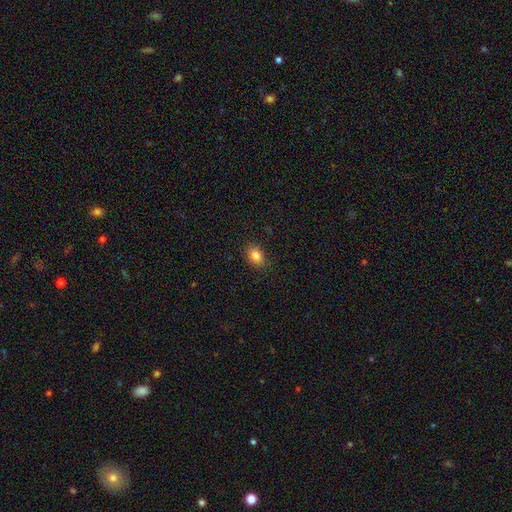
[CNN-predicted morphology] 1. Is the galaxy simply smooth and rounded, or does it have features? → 84% smooth, 10% star or artifact, 6% featured or disk.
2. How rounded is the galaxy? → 75% in between, 23% round, 1% cigar-shaped.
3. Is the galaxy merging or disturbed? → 87% none, 10% minor disturbance, 2% major disturbance, 1% merger.